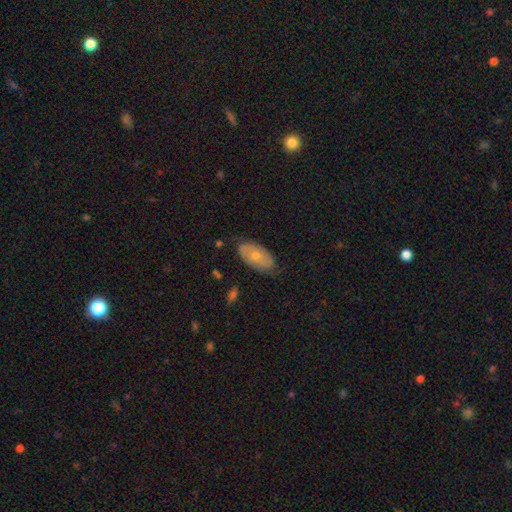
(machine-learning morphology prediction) type=smooth (51%); roundness=in between (93%); merging=none (71%).